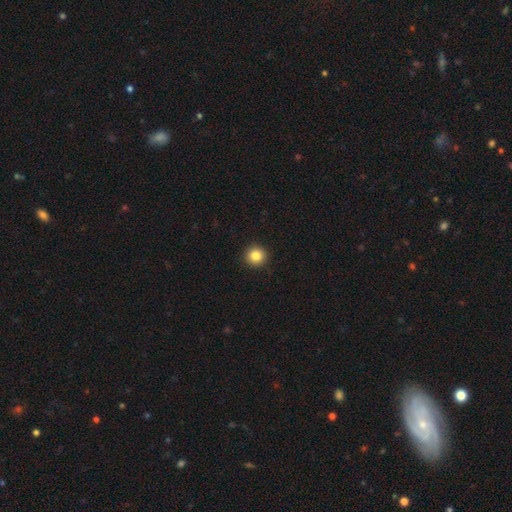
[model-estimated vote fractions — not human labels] This appears to be a smooth galaxy with no disk features (85%) that is round (94%). Merging: none (93%).